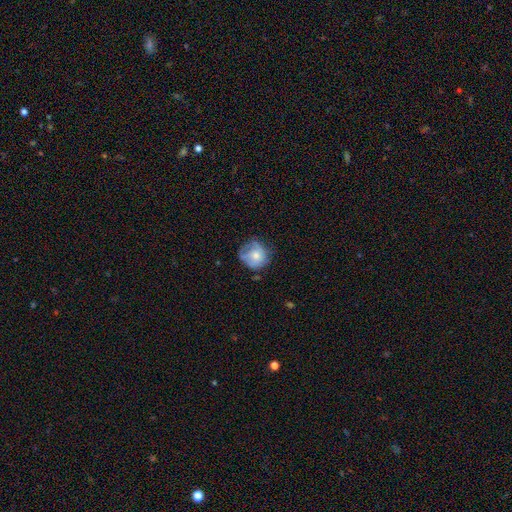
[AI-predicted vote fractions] Q: Smooth or featured?
A: smooth (58%); runner-up: featured or disk (33%)
Q: How rounded?
A: round (82%); runner-up: in between (17%)
Q: Merging?
A: none (51%); runner-up: minor disturbance (30%)